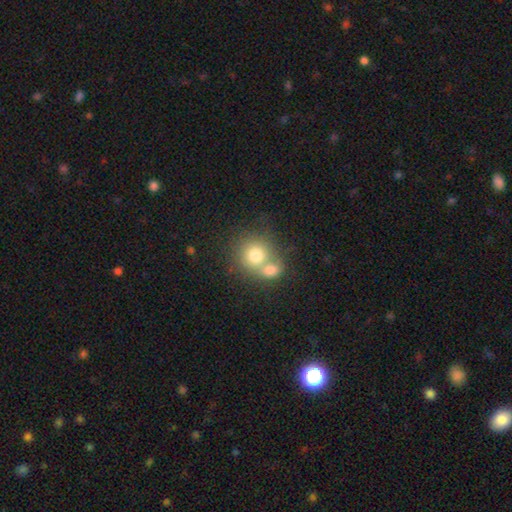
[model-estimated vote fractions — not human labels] Smooth or featured? smooth (75%)
How rounded? round (83%)
Merging? merger (52%)